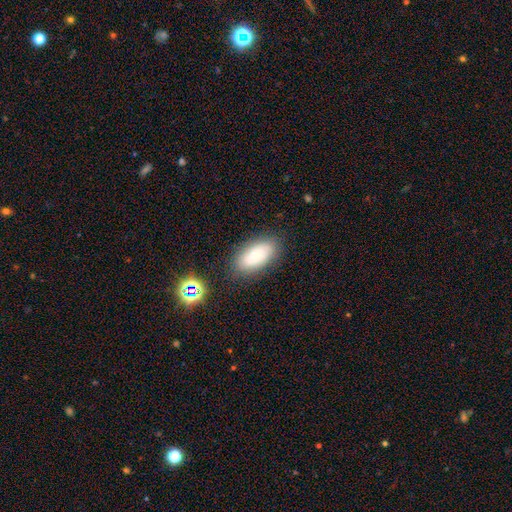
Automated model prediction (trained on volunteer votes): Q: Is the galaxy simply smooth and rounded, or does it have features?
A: smooth — 67%.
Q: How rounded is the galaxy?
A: in between — 91%.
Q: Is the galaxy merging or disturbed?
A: none — 79%.